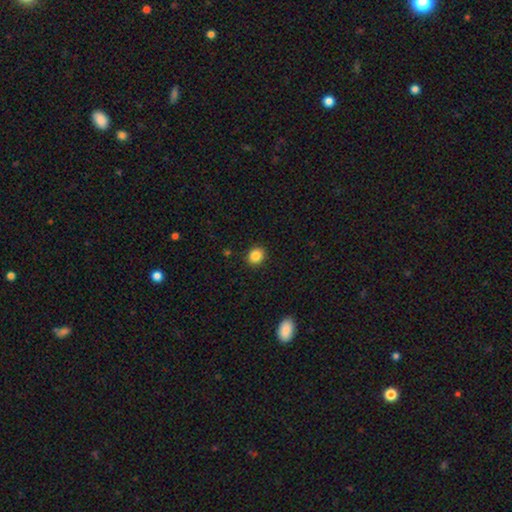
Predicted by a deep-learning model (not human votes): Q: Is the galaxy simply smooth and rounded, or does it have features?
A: smooth — 86%.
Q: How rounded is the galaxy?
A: round — 76%.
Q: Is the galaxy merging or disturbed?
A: none — 91%.